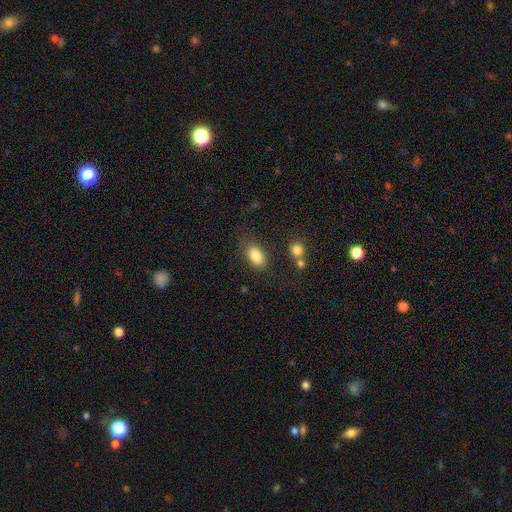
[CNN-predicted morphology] A smooth galaxy with no disk features (84%) that is in between round and cigar-shaped (89%).

Vote fractions:
- Smooth or featured? smooth: 84% / featured or disk: 9% / star or artifact: 8%
- How rounded? in between: 89% / round: 8% / cigar-shaped: 2%
- Merging? none: 76% / minor disturbance: 15% / major disturbance: 5% / merger: 4%